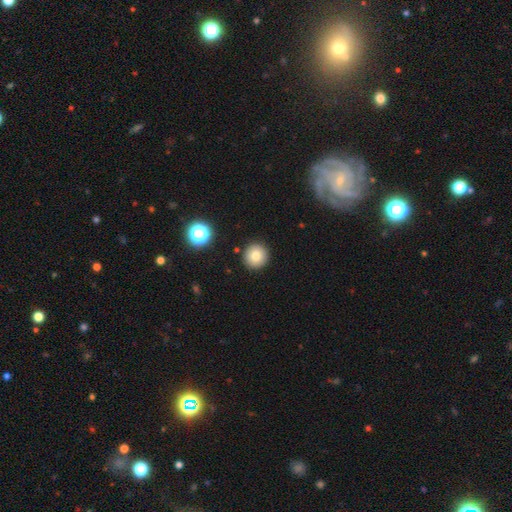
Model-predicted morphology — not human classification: smooth_or_featured: smooth (p=0.79) [alt: star or artifact p=0.11]
how_rounded: round (p=0.94) [alt: in between p=0.05]
merging: none (p=0.91) [alt: minor disturbance p=0.06]